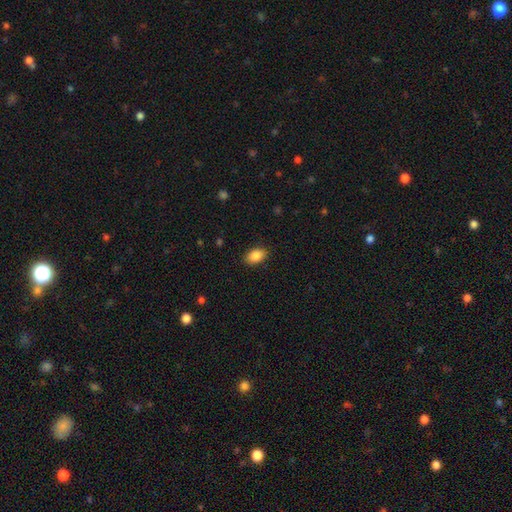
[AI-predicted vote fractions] A smooth galaxy with no disk features (87%) that is in between round and cigar-shaped (89%). Merging: none (88%).